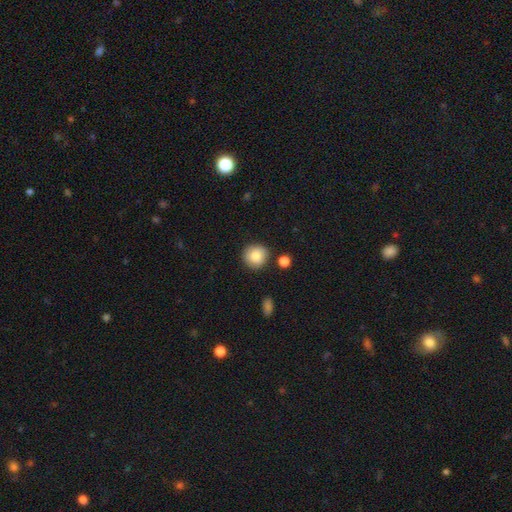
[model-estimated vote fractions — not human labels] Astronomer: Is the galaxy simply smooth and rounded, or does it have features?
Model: smooth — 84%.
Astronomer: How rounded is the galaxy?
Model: round — 92%.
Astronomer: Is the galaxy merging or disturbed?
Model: none — 84%.